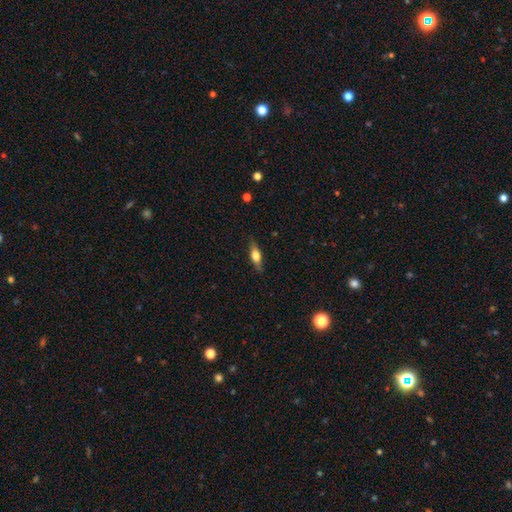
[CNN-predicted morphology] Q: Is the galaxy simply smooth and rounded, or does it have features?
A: smooth — 54%.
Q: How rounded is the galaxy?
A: in between — 53%.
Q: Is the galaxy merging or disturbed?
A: none — 83%.